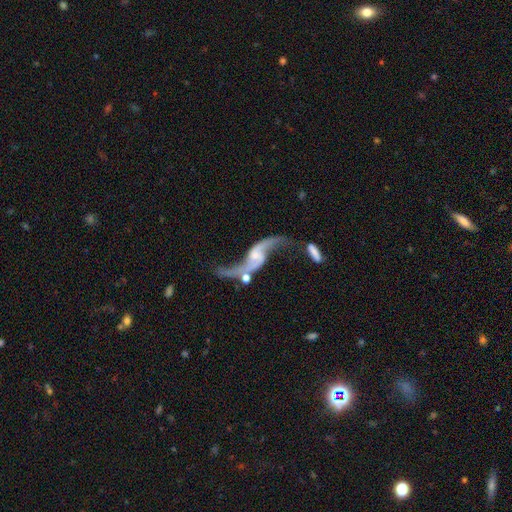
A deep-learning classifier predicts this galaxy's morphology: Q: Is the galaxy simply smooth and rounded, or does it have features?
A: featured or disk — 89%.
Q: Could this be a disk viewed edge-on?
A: no — 91%.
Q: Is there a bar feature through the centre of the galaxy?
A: no — 51%.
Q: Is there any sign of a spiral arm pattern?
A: yes — 94%.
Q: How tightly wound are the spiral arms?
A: loose — 93%.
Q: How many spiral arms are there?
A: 2 — 93%.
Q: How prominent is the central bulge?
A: small — 55%.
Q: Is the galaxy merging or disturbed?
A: none — 45%.